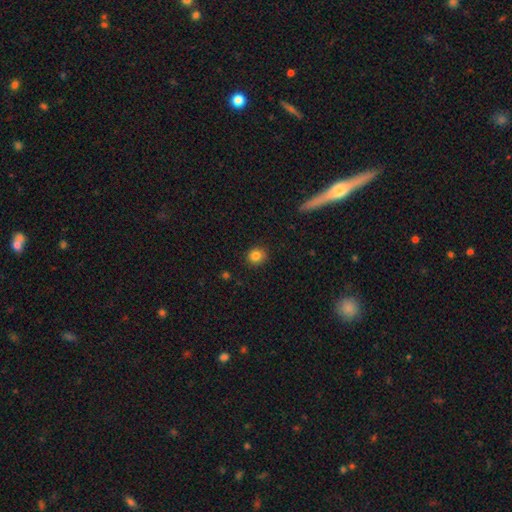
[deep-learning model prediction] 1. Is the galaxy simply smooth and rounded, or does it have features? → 84% smooth, 11% star or artifact, 6% featured or disk.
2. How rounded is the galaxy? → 86% round, 13% in between, 1% cigar-shaped.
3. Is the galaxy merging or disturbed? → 89% none, 7% minor disturbance, 2% major disturbance, 1% merger.